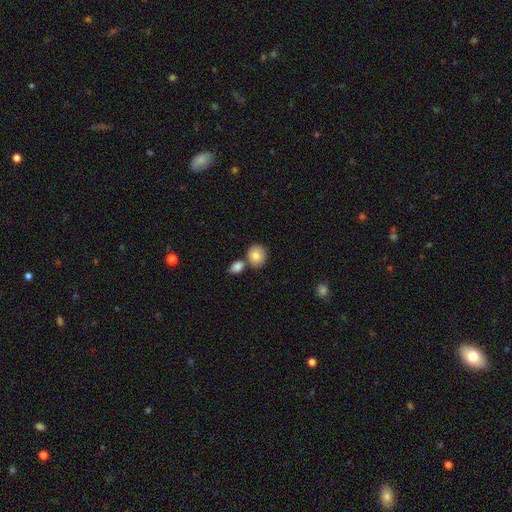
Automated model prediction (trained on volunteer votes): Morphology: type=smooth (85%); roundness=round (70%); merging=none (54%).